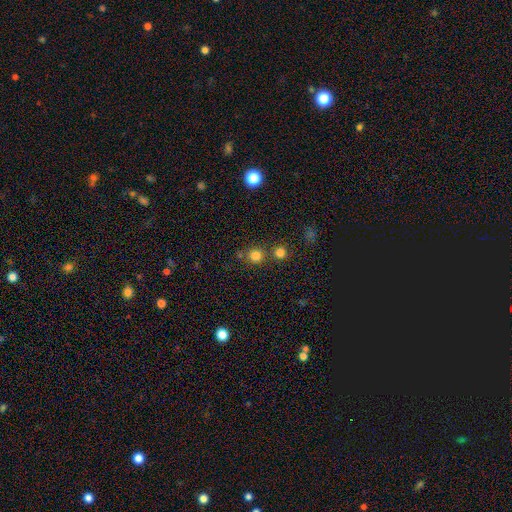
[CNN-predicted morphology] A smooth galaxy with no disk features (78%) that is round (92%). Merging: none (73%).